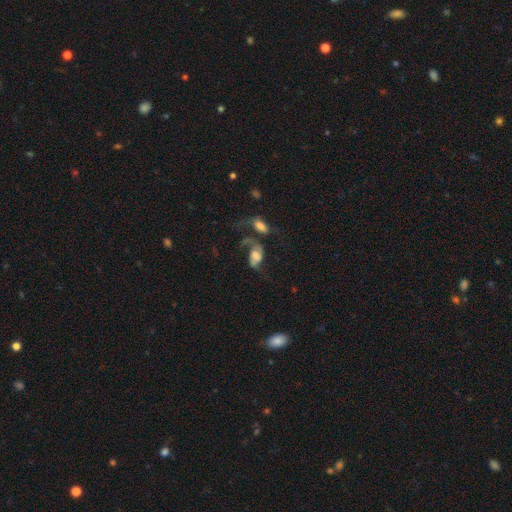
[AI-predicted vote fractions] A featured or disk galaxy (58%) with no bar (59%), spiral arms (82%) and a moderate central bulge (35%). Merging: merger (40%).